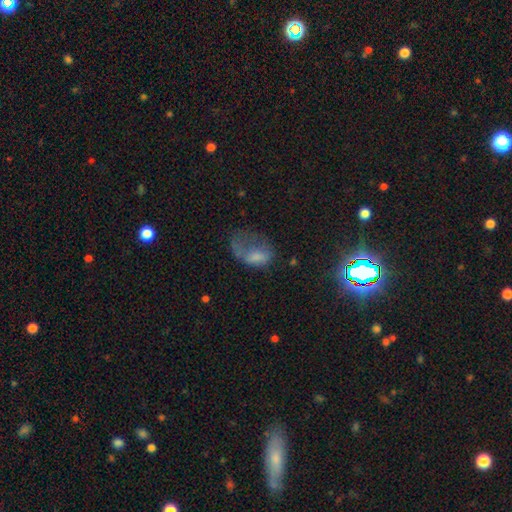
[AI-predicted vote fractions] The model was most divided on "smooth or featured": smooth: 57%, featured or disk: 28%, star or artifact: 15%. More confident: how rounded — in between (83%); merging — major disturbance (57%).